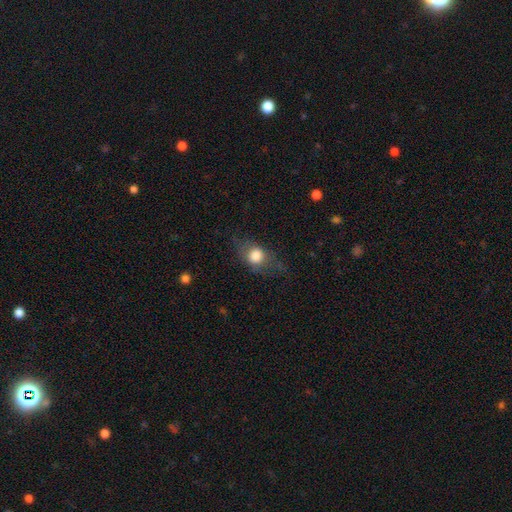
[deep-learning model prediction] Smooth or featured: smooth — 70% (featured or disk — 21%)
How rounded: round — 54% (in between — 42%)
Merging: none — 61% (minor disturbance — 22%)